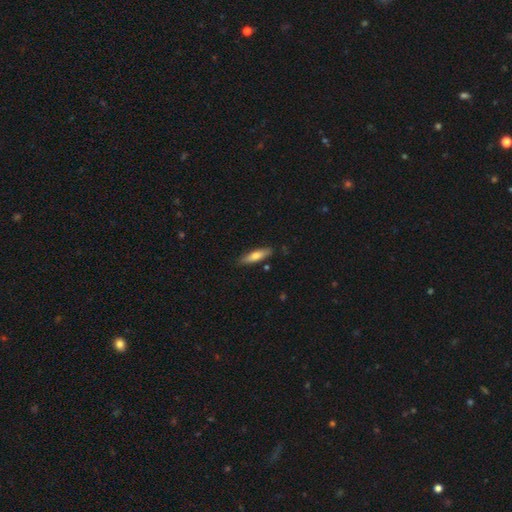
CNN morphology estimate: Overall: smooth (69%). How rounded: cigar-shaped (69%; in between 29%). Merging: none (85%).